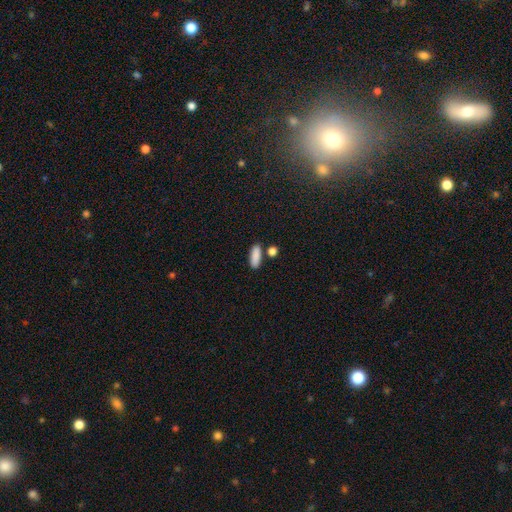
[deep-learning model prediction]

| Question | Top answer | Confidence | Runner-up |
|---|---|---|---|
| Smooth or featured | smooth | 88% | star or artifact (7%) |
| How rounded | in between | 68% | cigar-shaped (28%) |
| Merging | none | 76% | merger (11%) |